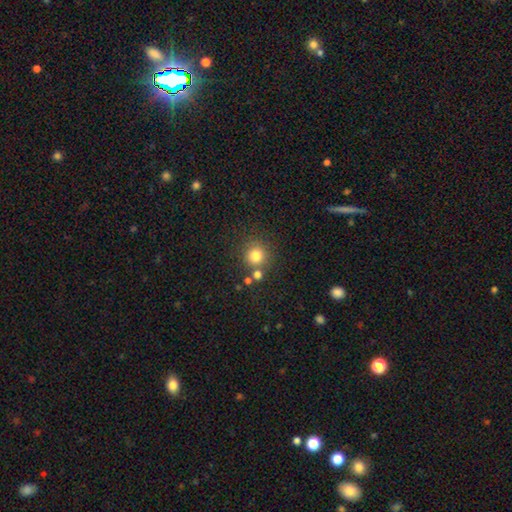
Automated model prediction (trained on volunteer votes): Smooth or featured? smooth (79%)
How rounded? round (92%)
Merging? none (72%)